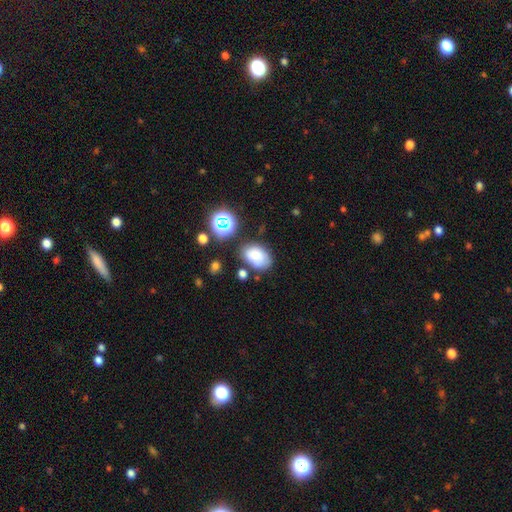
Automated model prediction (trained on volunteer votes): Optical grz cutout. It shows a smooth galaxy with no disk features (75%) that is in between round and cigar-shaped (84%). Merging: none (66%).